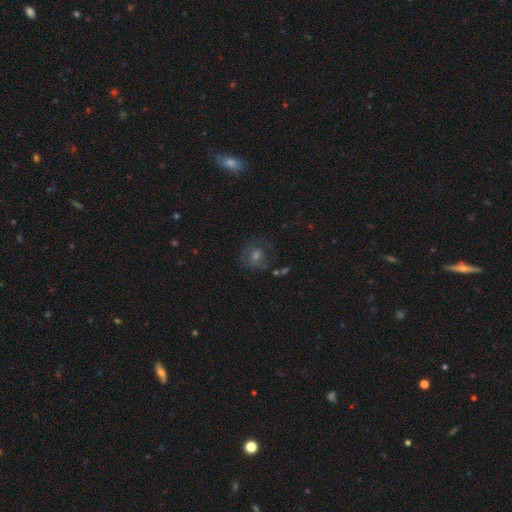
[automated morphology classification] smooth 45%, featured or disk 32%, star or artifact 23%. Down the decision tree: merging — none (72%).